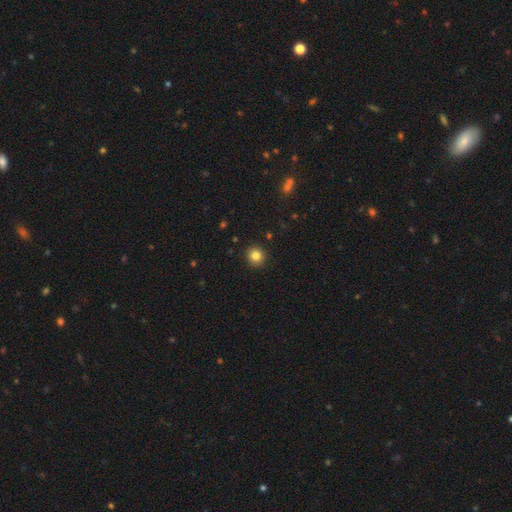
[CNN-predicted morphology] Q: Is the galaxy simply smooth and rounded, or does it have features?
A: smooth — 84%.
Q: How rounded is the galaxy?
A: round — 93%.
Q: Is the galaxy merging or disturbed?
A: none — 92%.